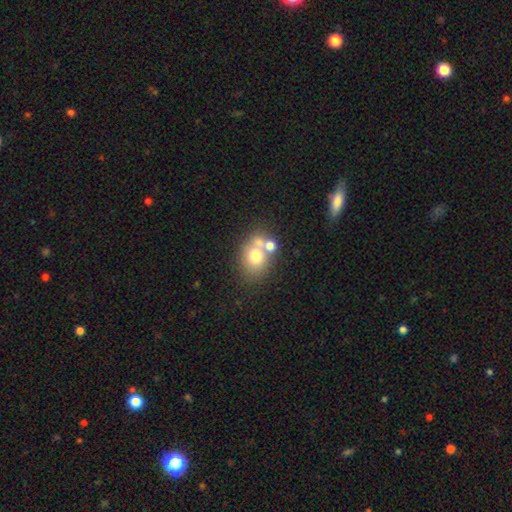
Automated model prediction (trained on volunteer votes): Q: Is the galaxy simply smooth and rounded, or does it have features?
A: smooth — 66%.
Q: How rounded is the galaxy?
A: round — 55%.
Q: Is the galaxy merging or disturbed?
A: none — 44%.